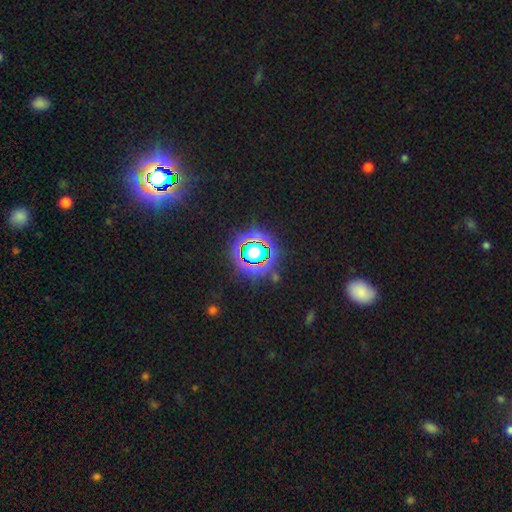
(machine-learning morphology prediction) Overall: star or artifact (63%; smooth 24%).